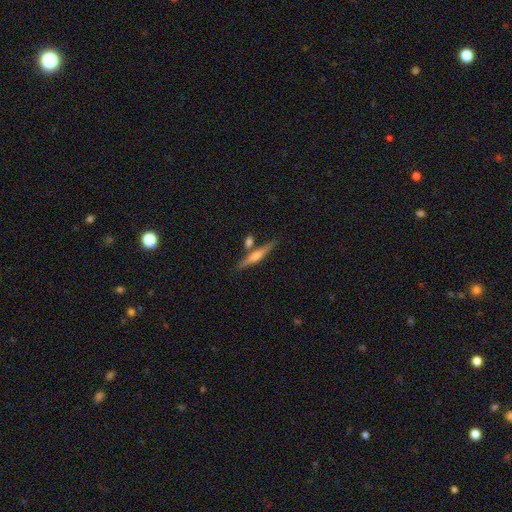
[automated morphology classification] smooth_or_featured: featured or disk (p=0.69) [alt: smooth p=0.25]
disk_edge_on: yes (p=0.97) [alt: no p=0.03]
edge_on_bulge: rounded (p=0.83) [alt: boxy p=0.09]
merging: none (p=0.77) [alt: merger p=0.11]